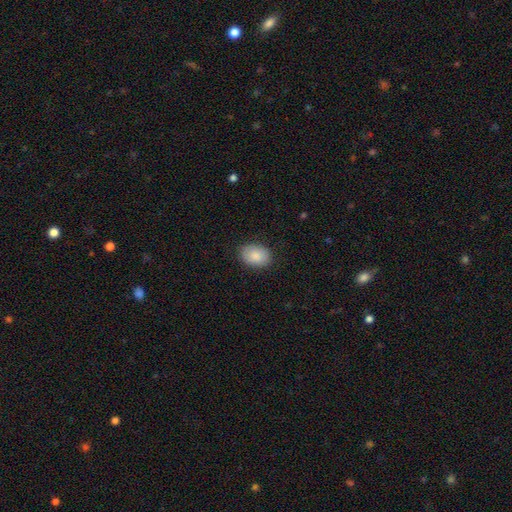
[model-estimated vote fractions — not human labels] This appears to be a smooth galaxy with no disk features (87%) that is in between round and cigar-shaped (75%). Merging: none (86%).